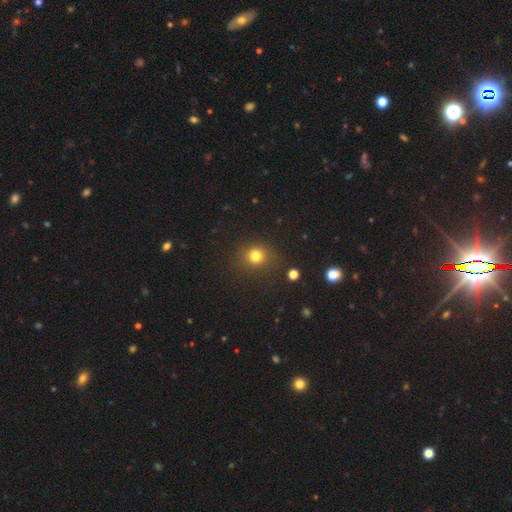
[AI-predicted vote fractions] A smooth galaxy with no disk features (78%) that is round (85%). Merging: none (84%).